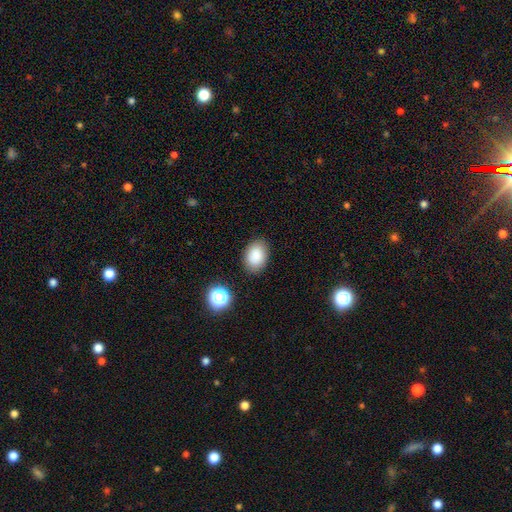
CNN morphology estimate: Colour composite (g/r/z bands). It shows a smooth galaxy with no disk features (86%) that is in between round and cigar-shaped (79%). Merging: none (84%).